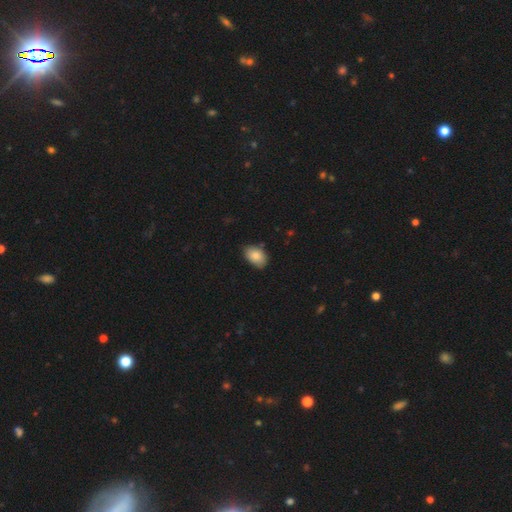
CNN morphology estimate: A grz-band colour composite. It shows a smooth galaxy with no disk features (86%) that is in between round and cigar-shaped (86%). Merging: none (77%).